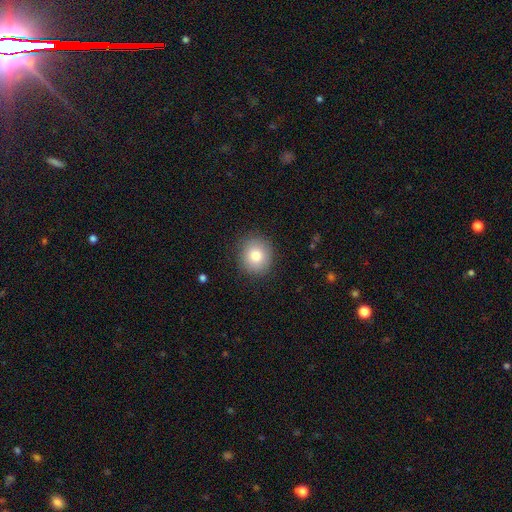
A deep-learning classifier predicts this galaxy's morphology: smooth-or-featured: smooth: 81% | featured or disk: 10% | star or artifact: 9%
  how-rounded: round: 86% | in between: 13% | cigar-shaped: 1%
  merging: none: 88% | minor disturbance: 8% | major disturbance: 3% | merger: 1%